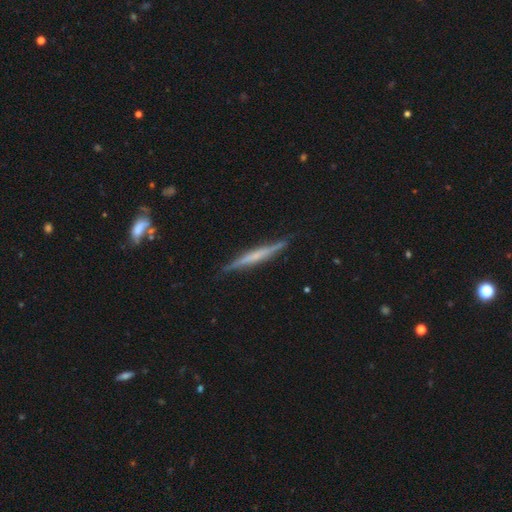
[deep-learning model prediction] The model was most divided on "smooth or featured": featured or disk: 60%, smooth: 34%, star or artifact: 6%. More confident: edge-on disk — yes (97%); merging — none (84%); edge-on bulge — none (62%).